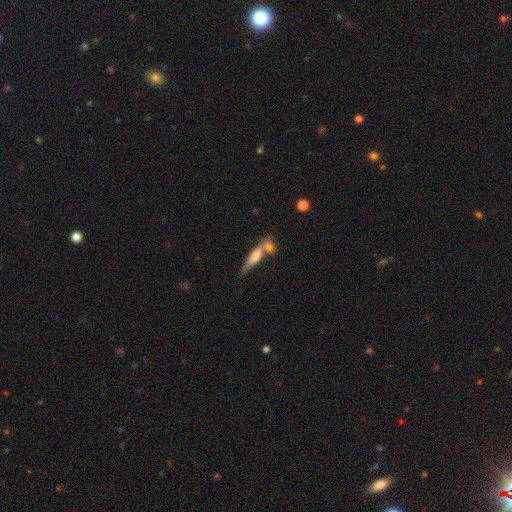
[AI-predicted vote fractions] smooth-or-featured: smooth: 47% | featured or disk: 45% | star or artifact: 7%
  merging: none: 48% | merger: 33% | minor disturbance: 13% | major disturbance: 5%